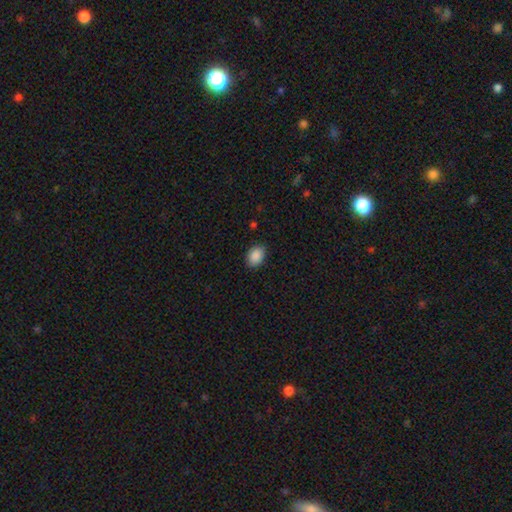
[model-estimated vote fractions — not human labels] Smooth or featured? Predicted: smooth (p=0.89). How rounded? Predicted: in between (p=0.78). Merging? Predicted: none (p=0.87).